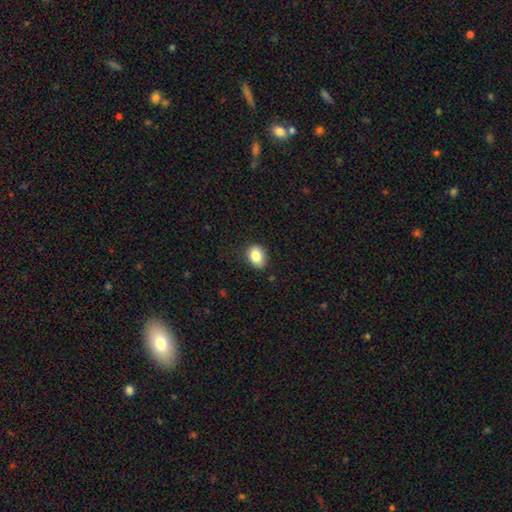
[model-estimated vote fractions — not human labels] Morphology: type=smooth (84%); roundness=in between (65%); merging=none (80%).